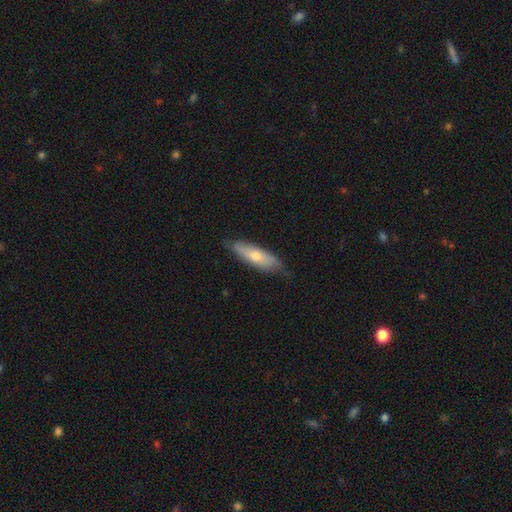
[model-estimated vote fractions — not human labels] Morphology: type=smooth (62%); roundness=cigar-shaped (56%); merging=none (75%).